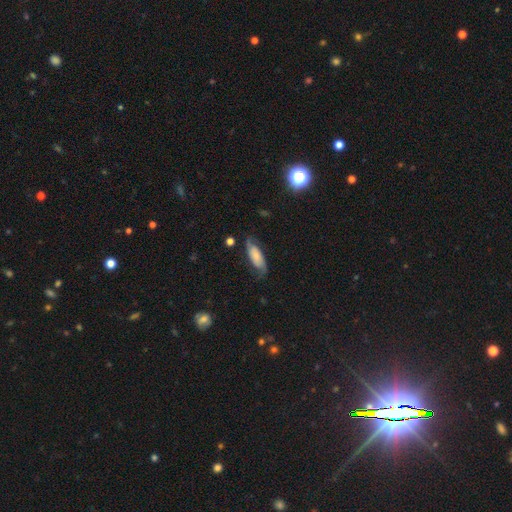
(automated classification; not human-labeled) Smooth or featured?
  - featured or disk: 47% *
  - smooth: 45%
  - star or artifact: 8%
Merging?
  - none: 67% *
  - minor disturbance: 22%
  - major disturbance: 9%
  - merger: 2%